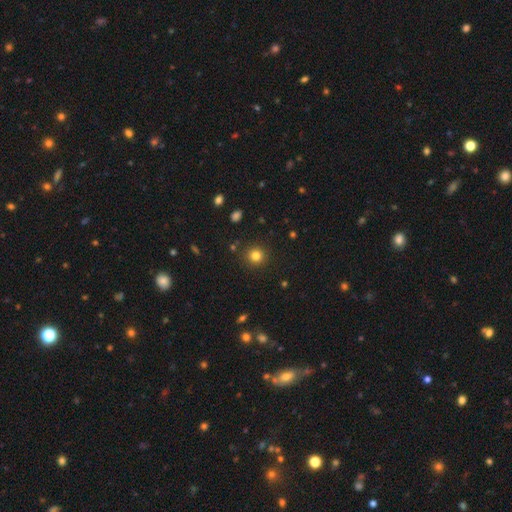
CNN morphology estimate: smooth_or_featured: smooth (p=0.81) [alt: star or artifact p=0.14]
how_rounded: round (p=0.93) [alt: in between p=0.06]
merging: none (p=0.90) [alt: minor disturbance p=0.06]